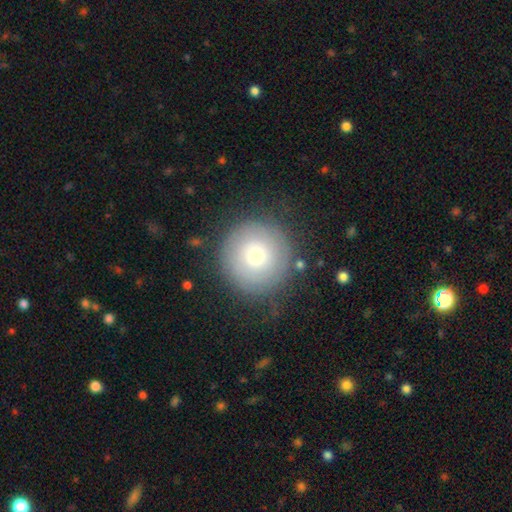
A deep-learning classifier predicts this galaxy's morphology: Smooth or featured? smooth (69%)
How rounded? round (96%)
Merging? none (82%)